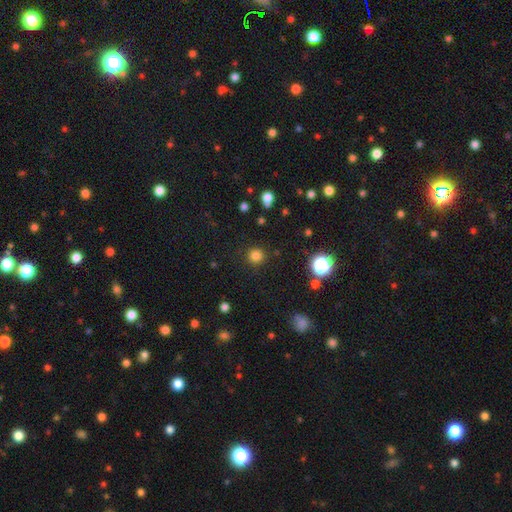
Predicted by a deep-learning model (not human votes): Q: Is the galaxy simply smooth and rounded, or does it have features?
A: smooth — 80%.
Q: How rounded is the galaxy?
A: round — 93%.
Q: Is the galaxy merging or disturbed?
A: none — 90%.